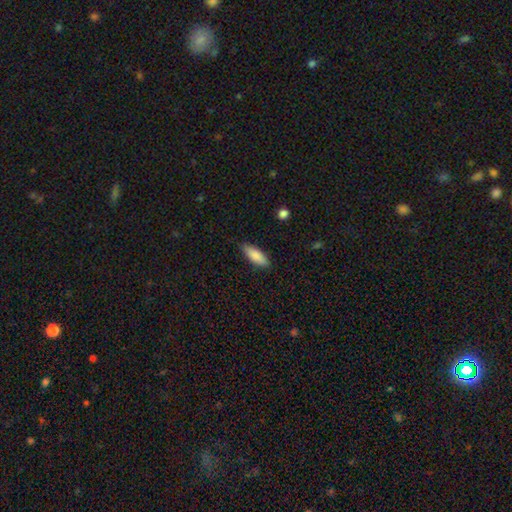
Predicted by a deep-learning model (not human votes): The model was most divided on "how rounded": in between: 67%, cigar-shaped: 31%, round: 2%. More confident: smooth or featured — smooth (86%); merging — none (85%).